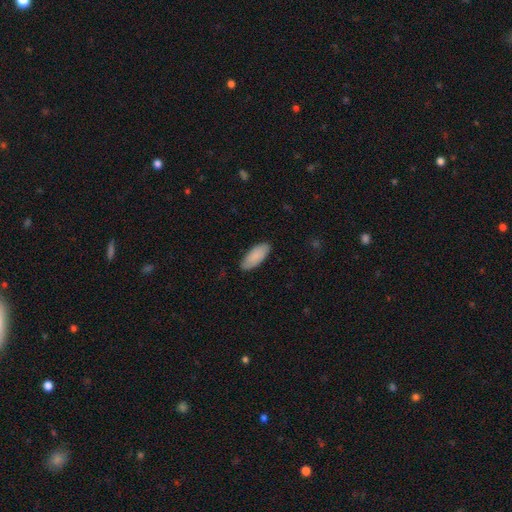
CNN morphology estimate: Overall: smooth (88%). How rounded: in between (85%). Merging: none (84%).